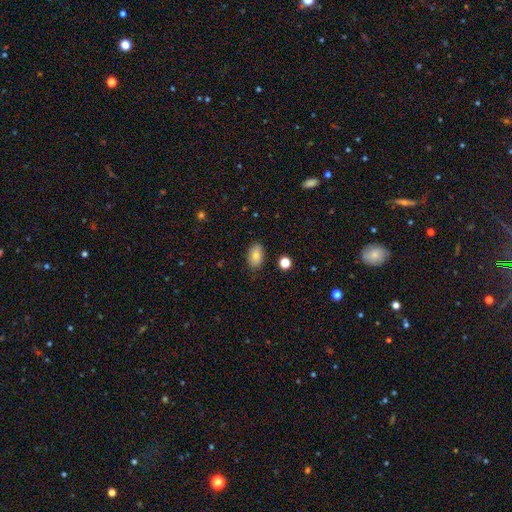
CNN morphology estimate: Smooth or featured? Predicted: smooth (p=0.79). How rounded? Predicted: in between (p=0.88). Merging? Predicted: none (p=0.85).